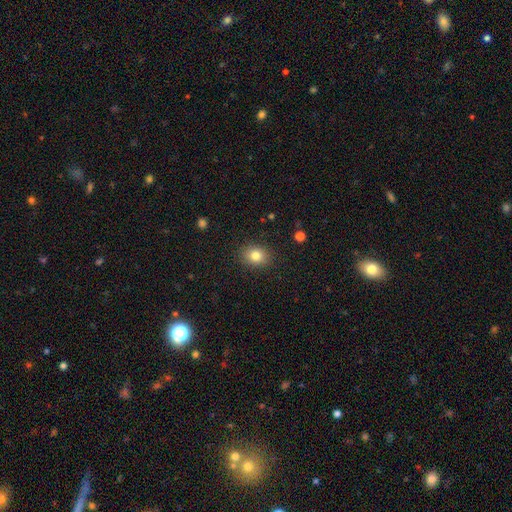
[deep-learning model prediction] Smooth or featured? Predicted: smooth (p=0.81). How rounded? Predicted: in between (p=0.52). Merging? Predicted: none (p=0.88).